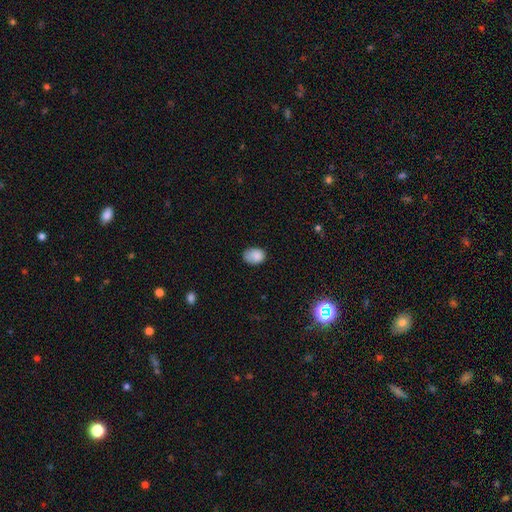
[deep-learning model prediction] A smooth galaxy with no disk features (85%) that is in between round and cigar-shaped (69%). Merging: none (64%).